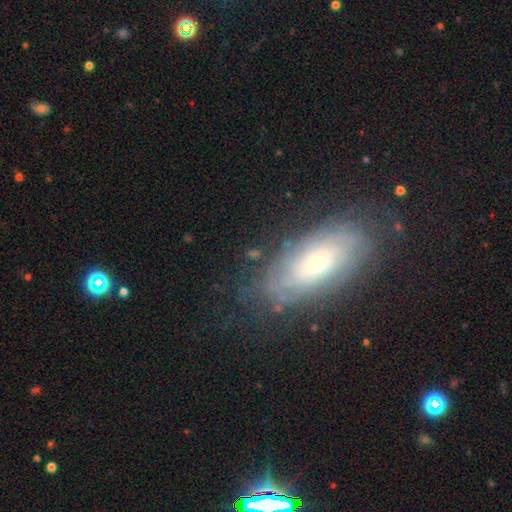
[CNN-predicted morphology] smooth-or-featured: featured or disk: 66% | smooth: 25% | star or artifact: 9%
  disk-edge-on: no: 88% | yes: 12%
    bar: no: 78% | weak: 17% | strong: 4%
    has-spiral-arms: yes: 80% | no: 20%
    bulge-size: small: 62% | moderate: 32% | large: 3% | none: 2% | dominant: 1%
  merging: none: 76% | minor disturbance: 16% | major disturbance: 6% | merger: 2%